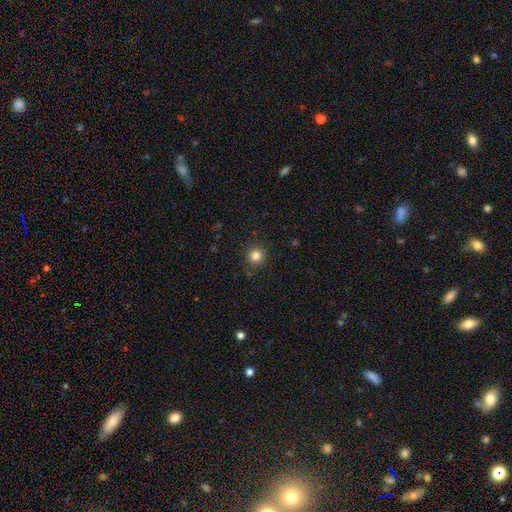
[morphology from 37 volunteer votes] Smooth or featured? smooth (92%)
How rounded? round (82%)
Merging? none (89%)